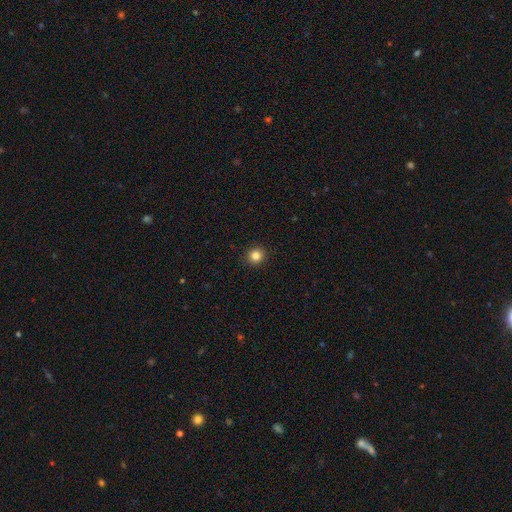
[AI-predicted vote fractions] A smooth galaxy with no disk features (84%) that is round (93%).

Vote fractions:
- Smooth or featured? smooth: 84% / star or artifact: 12% / featured or disk: 4%
- How rounded? round: 93% / in between: 6% / cigar-shaped: 1%
- Merging? none: 93% / minor disturbance: 5% / major disturbance: 2% / merger: 1%